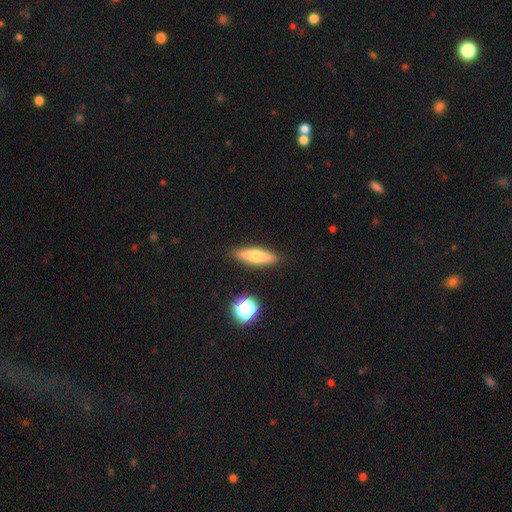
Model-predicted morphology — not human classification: A smooth galaxy with no disk features (58%) that is cigar-shaped (70%).

Vote fractions:
- Smooth or featured? smooth: 58% / featured or disk: 35% / star or artifact: 7%
- How rounded? cigar-shaped: 70% / in between: 27% / round: 3%
- Merging? none: 88% / minor disturbance: 8% / merger: 2% / major disturbance: 2%